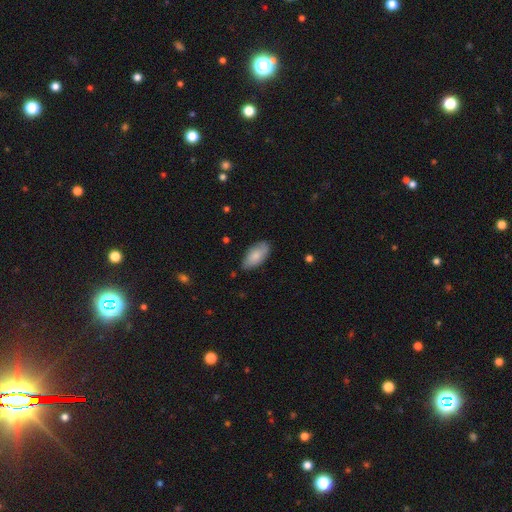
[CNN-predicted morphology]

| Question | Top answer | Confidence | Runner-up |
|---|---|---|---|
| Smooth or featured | smooth | 81% | featured or disk (13%) |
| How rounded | in between | 93% | cigar-shaped (5%) |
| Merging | none | 77% | minor disturbance (19%) |